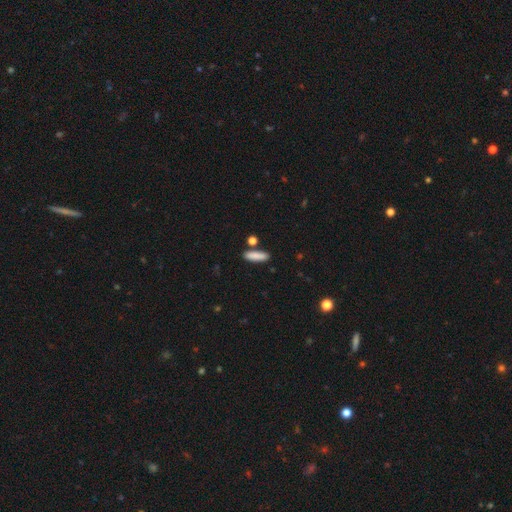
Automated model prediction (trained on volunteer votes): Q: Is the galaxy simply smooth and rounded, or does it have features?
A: smooth — 86%.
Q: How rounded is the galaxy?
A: cigar-shaped — 60%.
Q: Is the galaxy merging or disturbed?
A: none — 79%.